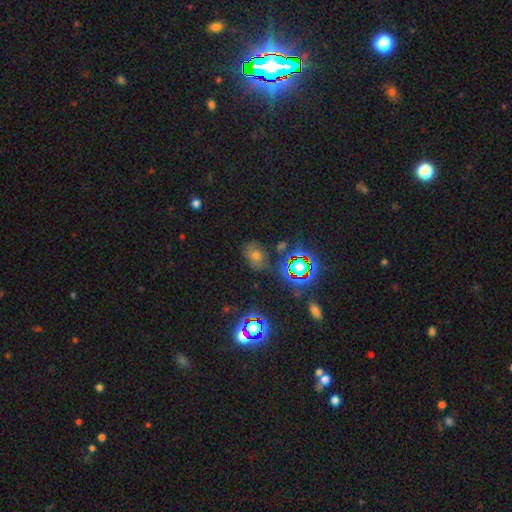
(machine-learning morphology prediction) Smooth or featured?
  - star or artifact: 44% *
  - smooth: 41%
  - featured or disk: 15%